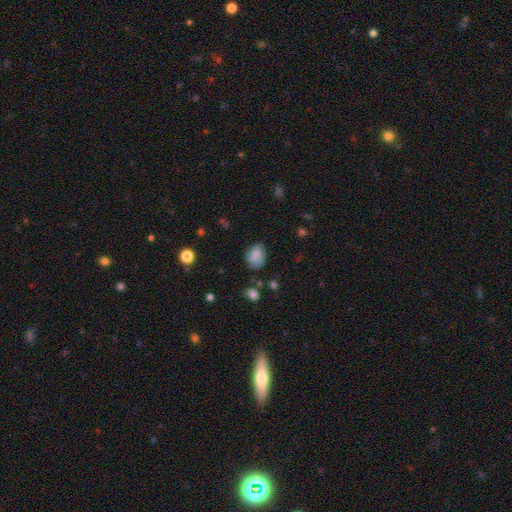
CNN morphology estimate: Smooth or featured: smooth — 80% (featured or disk — 11%)
How rounded: in between — 73% (round — 26%)
Merging: none — 66% (minor disturbance — 25%)